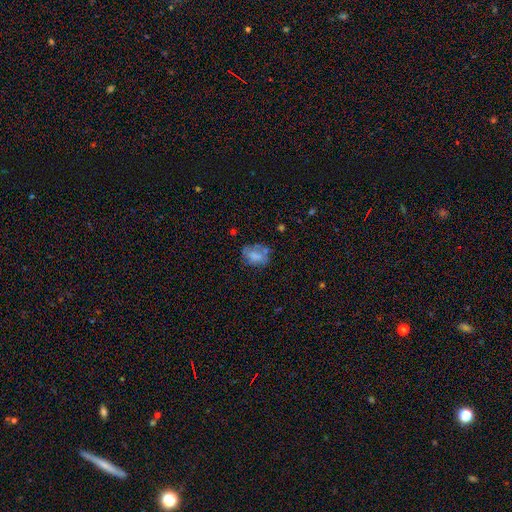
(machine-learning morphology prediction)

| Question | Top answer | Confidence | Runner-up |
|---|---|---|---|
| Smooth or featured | smooth | 61% | featured or disk (27%) |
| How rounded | in between | 76% | round (22%) |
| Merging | none | 48% | minor disturbance (27%) |